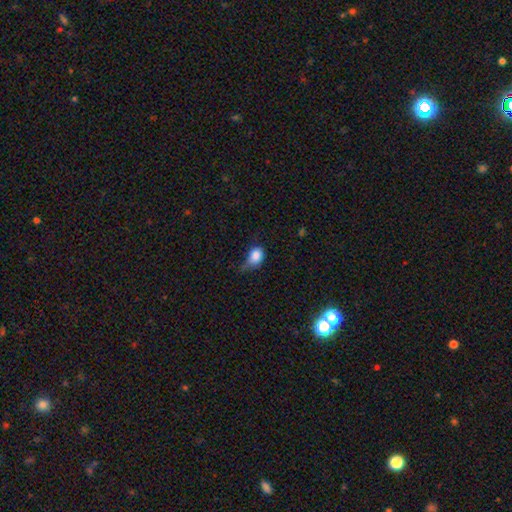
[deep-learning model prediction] smooth_or_featured: smooth (p=0.83) [alt: star or artifact p=0.09]
how_rounded: in between (p=0.65) [alt: round p=0.34]
merging: minor disturbance (p=0.46) [alt: none p=0.31]